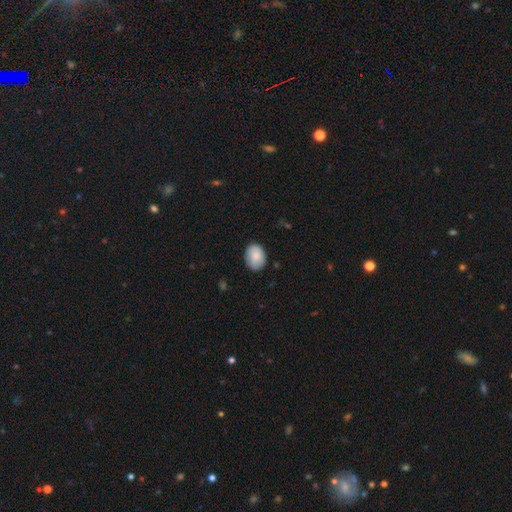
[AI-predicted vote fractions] Overall: smooth (81%). How rounded: in between (66%; round 33%). Merging: none (82%).